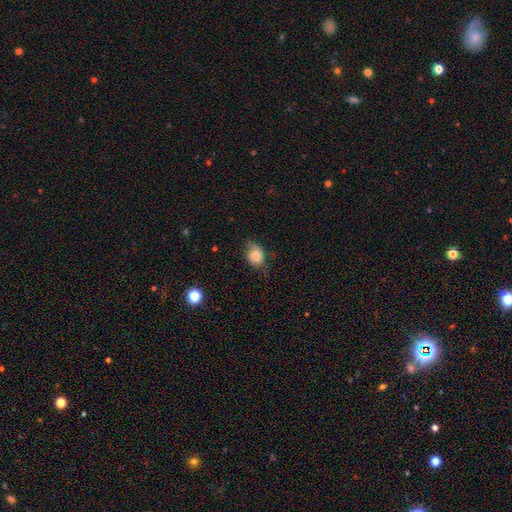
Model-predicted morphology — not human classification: Smooth or featured? smooth (79%)
How rounded? in between (64%)
Merging? none (64%)